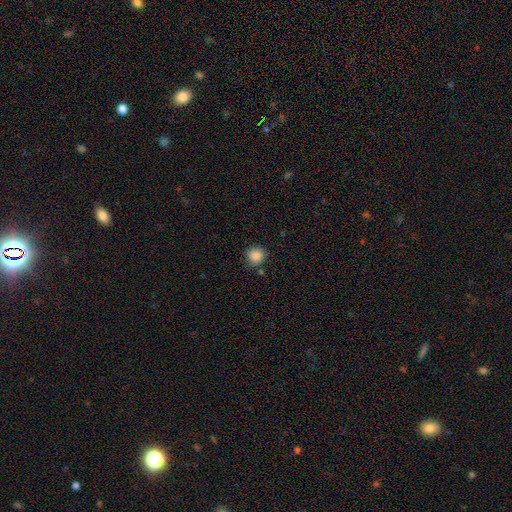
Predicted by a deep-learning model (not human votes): This is clearly a smooth galaxy (87%). How rounded: clearly round (89%). Merging: clearly none (81%).